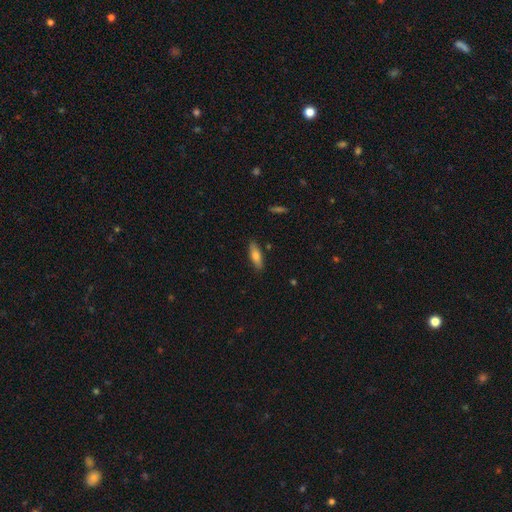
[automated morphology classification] type=smooth (71%); roundness=cigar-shaped (50%); merging=none (86%).